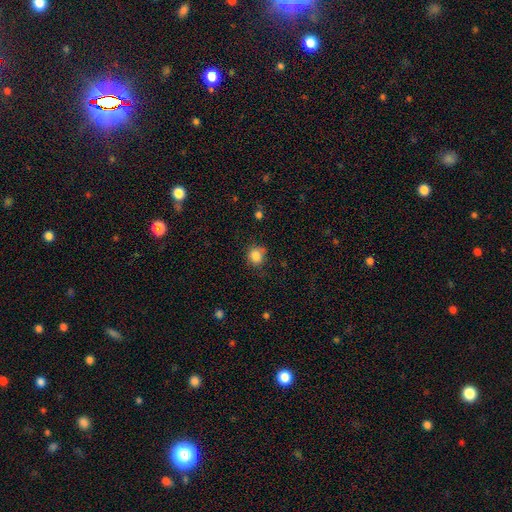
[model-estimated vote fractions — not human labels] smooth_or_featured: smooth (p=0.84) [alt: star or artifact p=0.11]
how_rounded: round (p=0.79) [alt: in between p=0.20]
merging: none (p=0.72) [alt: minor disturbance p=0.21]